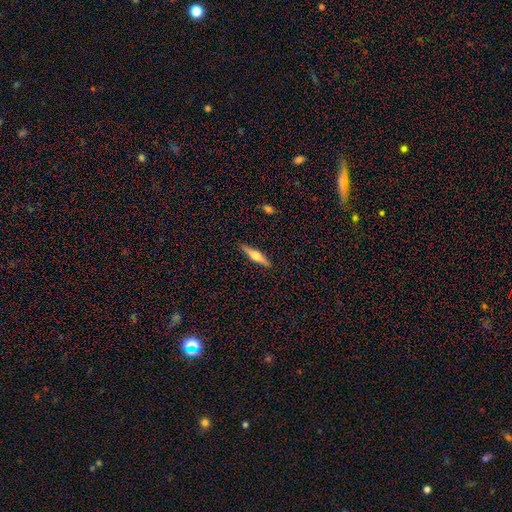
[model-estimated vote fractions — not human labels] smooth-or-featured: featured or disk: 53% | smooth: 42% | star or artifact: 6%
  disk-edge-on: yes: 96% | no: 4%
    edge-on-bulge: rounded: 91% | boxy: 5% | none: 4%
  merging: none: 90% | minor disturbance: 7% | major disturbance: 2% | merger: 1%